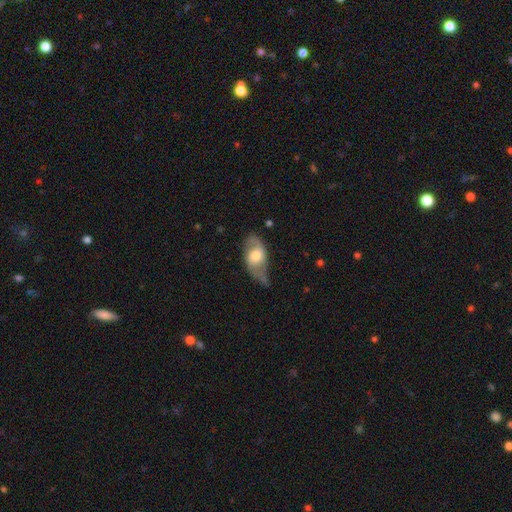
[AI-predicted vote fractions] Smooth or featured: featured or disk — 56% (smooth — 38%)
Edge-on disk: no — 88% (yes — 12%)
Merging: none — 45% (minor disturbance — 34%)